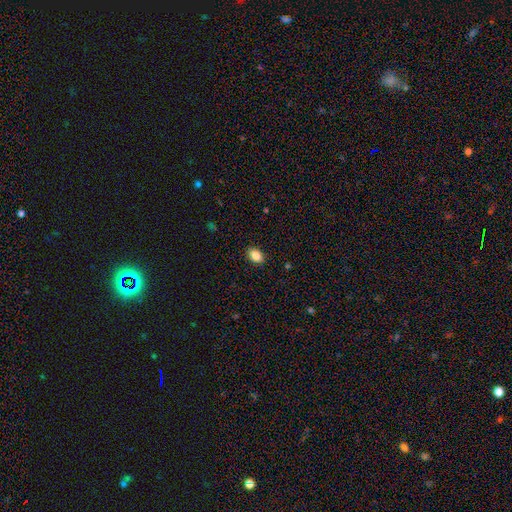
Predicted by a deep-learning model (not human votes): Q: Smooth or featured?
A: smooth (86%); runner-up: star or artifact (9%)
Q: How rounded?
A: in between (82%); runner-up: round (16%)
Q: Merging?
A: none (90%); runner-up: minor disturbance (7%)